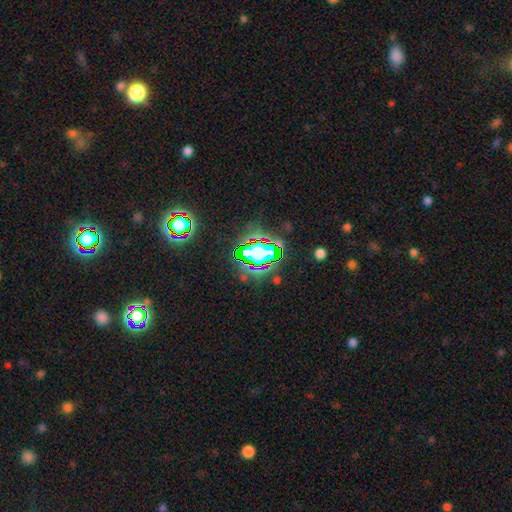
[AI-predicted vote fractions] This appears to be a star or artifact, not a galaxy (62%).